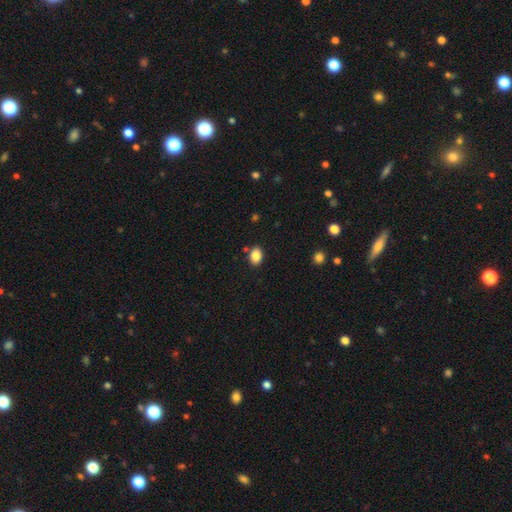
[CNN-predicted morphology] type=smooth (86%); roundness=in between (77%); merging=none (83%).